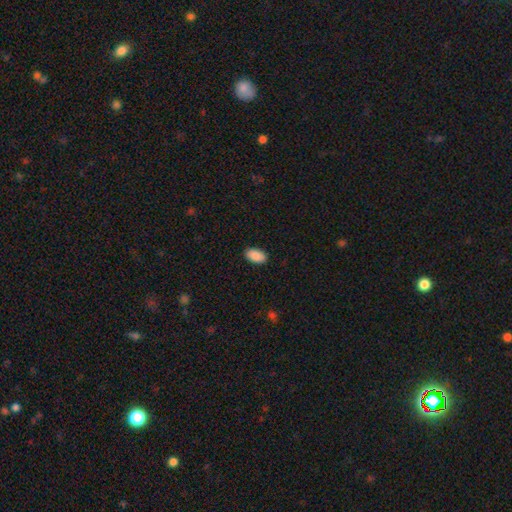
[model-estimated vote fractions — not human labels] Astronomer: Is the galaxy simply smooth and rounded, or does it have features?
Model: smooth — 90%.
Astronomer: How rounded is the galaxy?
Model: in between — 95%.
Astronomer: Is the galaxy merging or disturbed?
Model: none — 90%.